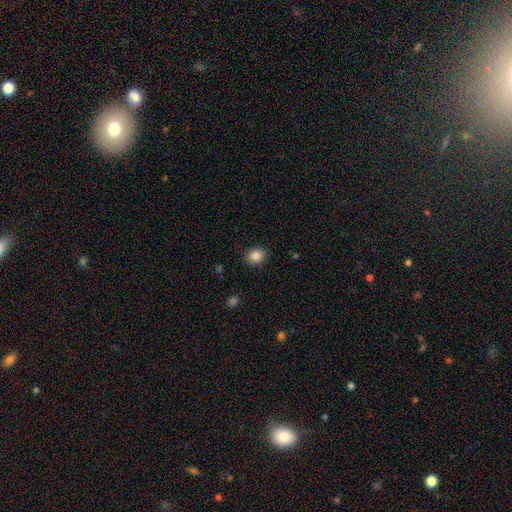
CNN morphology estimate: smooth-or-featured: smooth: 86% | star or artifact: 9% | featured or disk: 4%
  how-rounded: round: 53% | in between: 46% | cigar-shaped: 1%
  merging: none: 88% | minor disturbance: 8% | major disturbance: 2% | merger: 1%